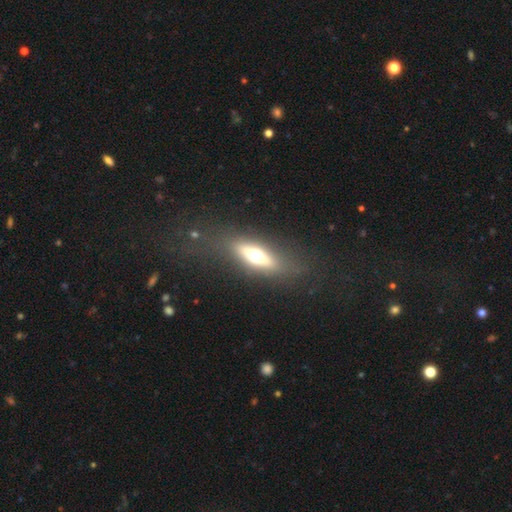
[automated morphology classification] The model was most divided on "smooth or featured": featured or disk: 47%, smooth: 43%, star or artifact: 10%. More confident: merging — none (79%).